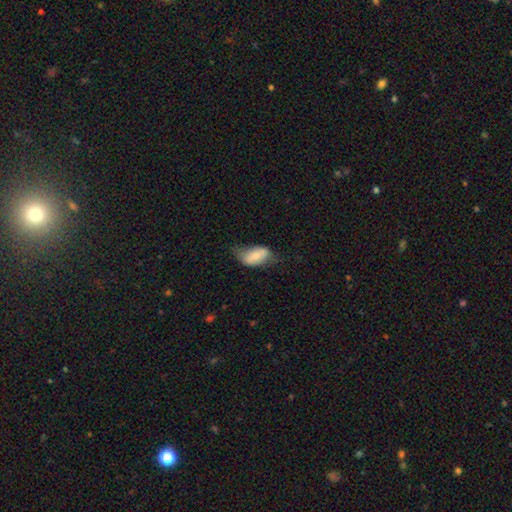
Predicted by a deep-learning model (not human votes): Smooth or featured?
  - smooth: 69% *
  - featured or disk: 24%
  - star or artifact: 7%
How rounded?
  - in between: 92% *
  - round: 4%
  - cigar-shaped: 4%
Merging?
  - none: 43% *
  - minor disturbance: 37%
  - major disturbance: 17%
  - merger: 3%